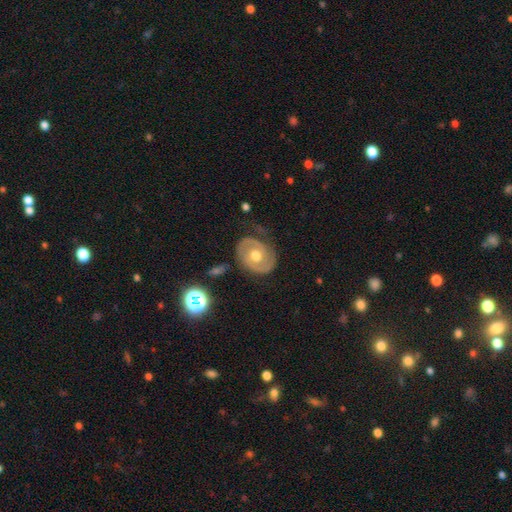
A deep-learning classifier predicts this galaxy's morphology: A featured or disk galaxy (71%) with no bar (67%), 2 (76%) tight (47%) spiral arms (73%) and a moderate central bulge (79%). Merging: none (72%).